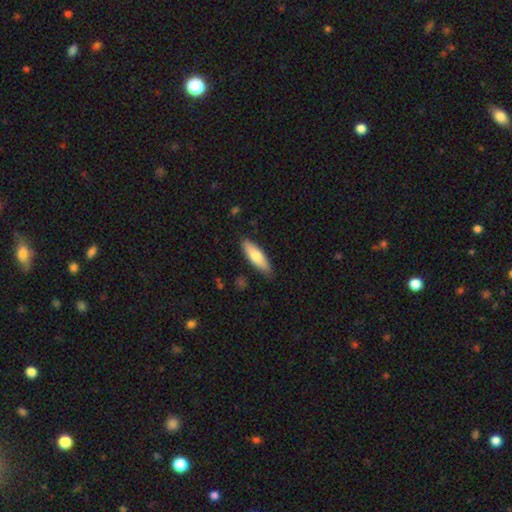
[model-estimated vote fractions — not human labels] Morphology: type=smooth (73%); roundness=cigar-shaped (53%); merging=none (86%).